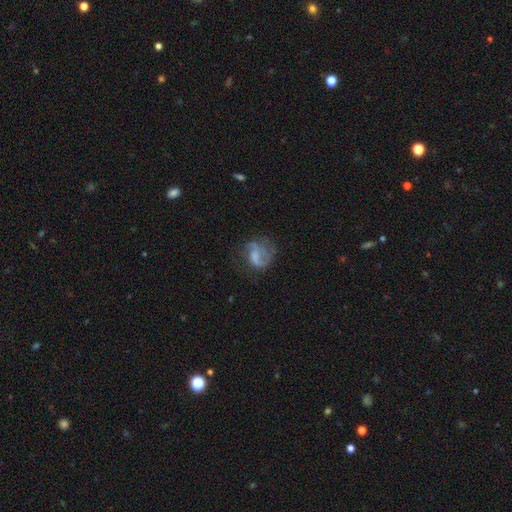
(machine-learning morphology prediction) type=featured or disk (61%); edge-on=no (98%); bar=no (48%); spiral arms=yes (78%); bulge=none (41%); merging=none (46%).